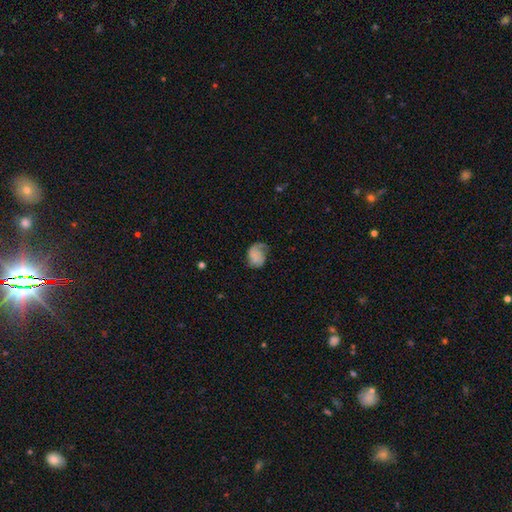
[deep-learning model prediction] Overall: featured or disk (48%; smooth 42%). Merging: none (43%; minor disturbance 29%).